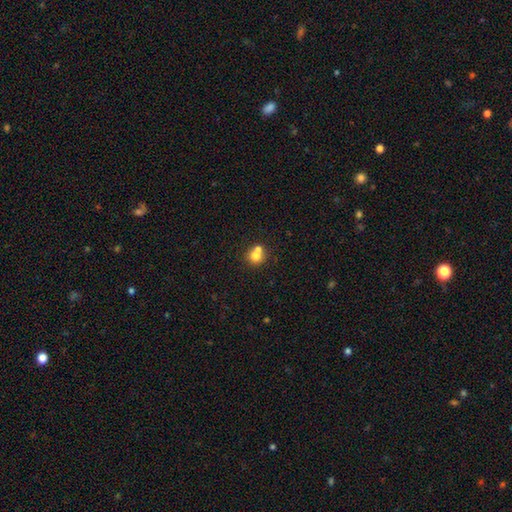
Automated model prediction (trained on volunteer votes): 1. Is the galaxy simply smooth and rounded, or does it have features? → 73% smooth, 15% featured or disk, 12% star or artifact.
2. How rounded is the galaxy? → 86% round, 14% in between, 1% cigar-shaped.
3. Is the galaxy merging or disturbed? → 47% merger, 44% none, 7% minor disturbance, 3% major disturbance.